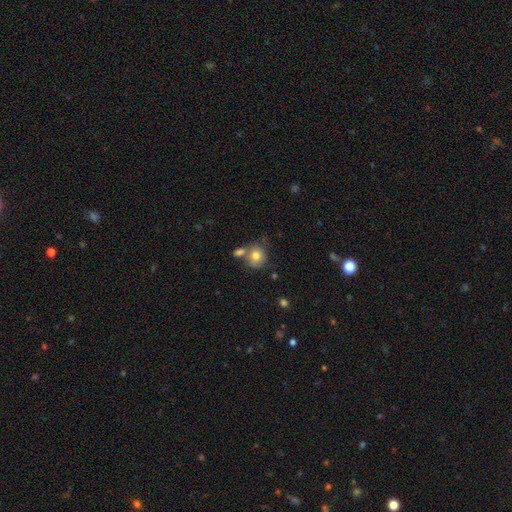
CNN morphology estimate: Smooth or featured? smooth (77%)
How rounded? round (74%)
Merging? none (51%)